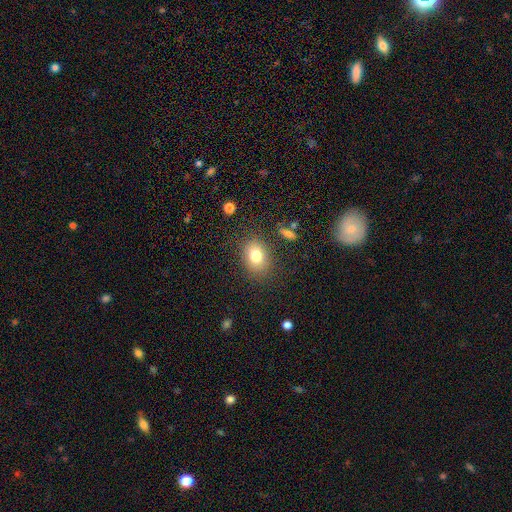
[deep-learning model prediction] A smooth galaxy with no disk features (80%) that is in between round and cigar-shaped (67%). Merging: none (83%).